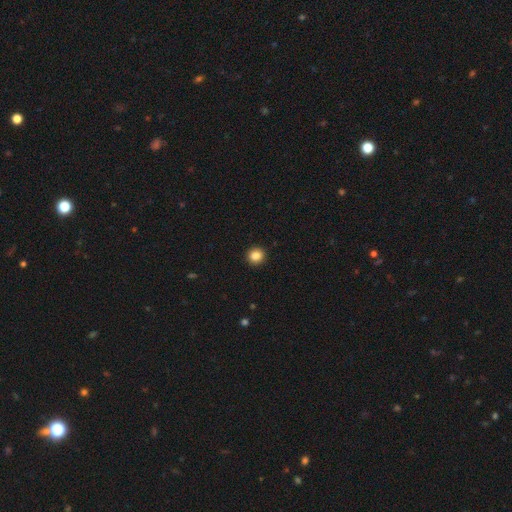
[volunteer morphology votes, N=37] type=smooth (84%); roundness=round (81%); merging=none (94%).